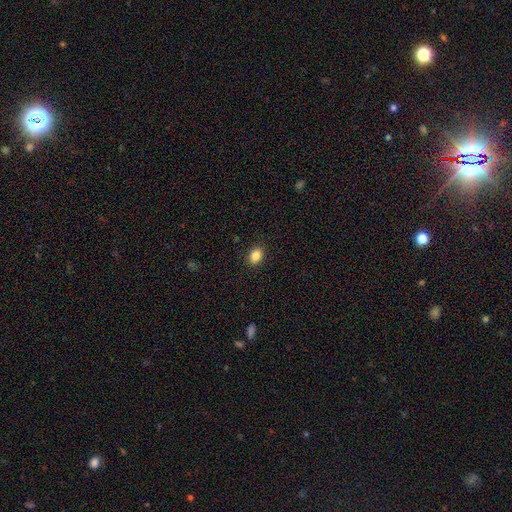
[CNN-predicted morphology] This is clearly a smooth galaxy (86%). How rounded: likely in between (61%). Merging: clearly none (90%).